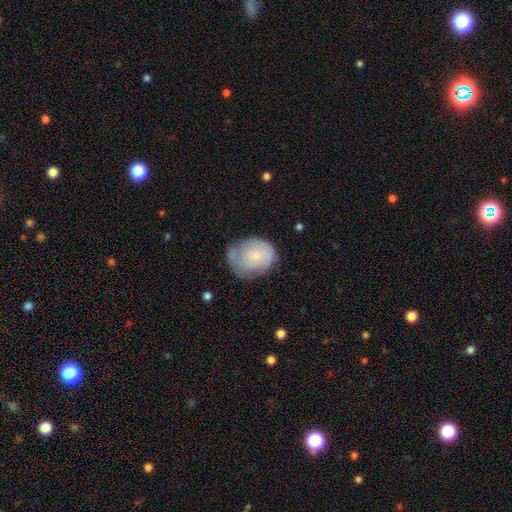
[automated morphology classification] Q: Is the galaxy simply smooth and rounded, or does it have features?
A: smooth — 55%.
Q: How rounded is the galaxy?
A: round — 50%.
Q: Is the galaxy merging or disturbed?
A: none — 46%.